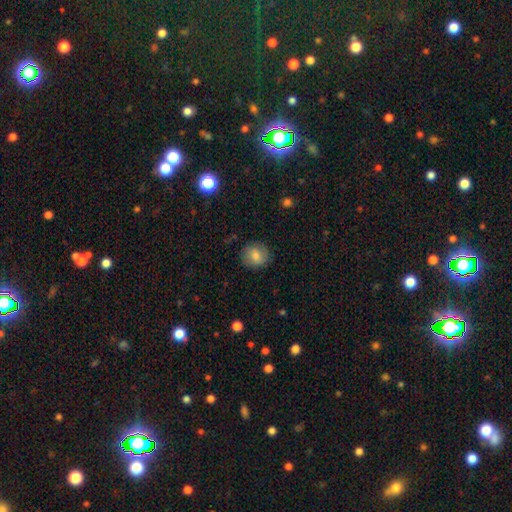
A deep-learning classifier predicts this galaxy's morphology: Smooth or featured? smooth (76%)
How rounded? round (83%)
Merging? none (84%)